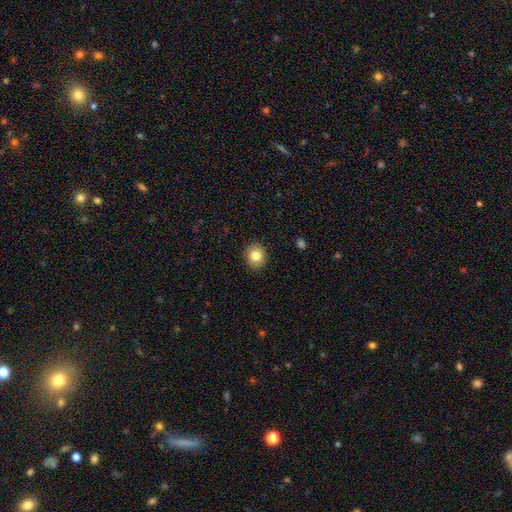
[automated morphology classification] Q: Smooth or featured?
A: smooth (81%); runner-up: star or artifact (9%)
Q: How rounded?
A: round (74%); runner-up: in between (25%)
Q: Merging?
A: none (90%); runner-up: minor disturbance (7%)